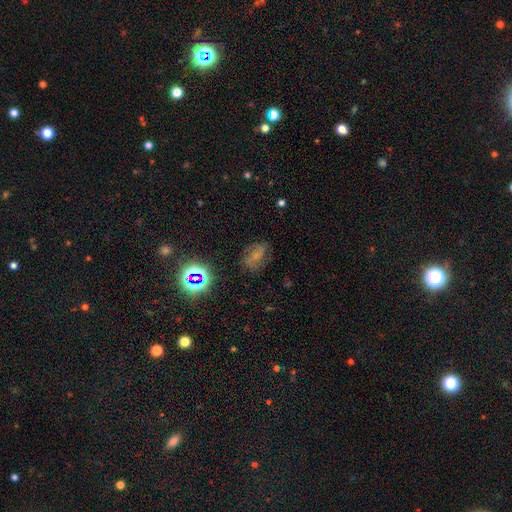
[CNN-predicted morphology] type=featured or disk (38%); merging=none (65%).